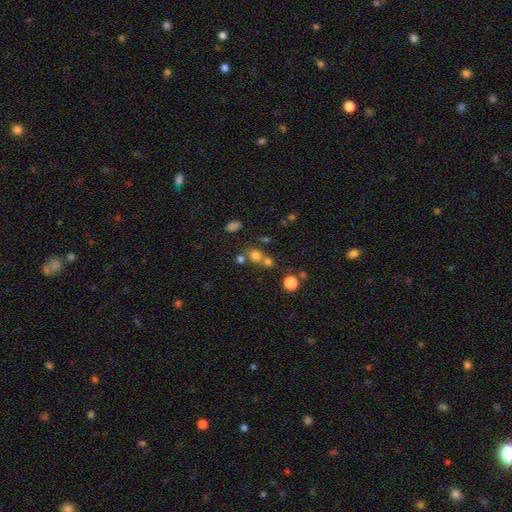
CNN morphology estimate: Smooth or featured: smooth — 70% (star or artifact — 20%)
How rounded: round — 74% (in between — 25%)
Merging: none — 53% (merger — 35%)